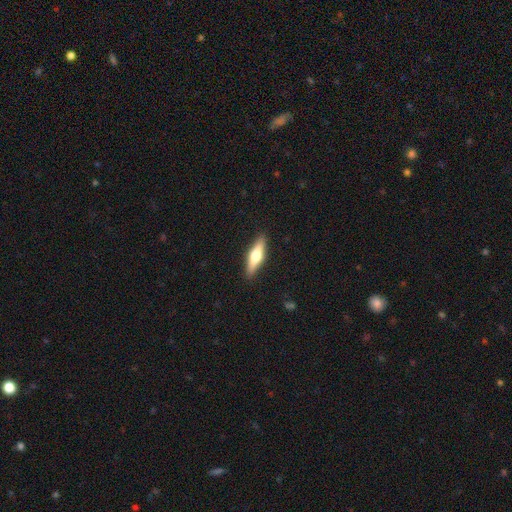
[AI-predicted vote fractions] Morphology: type=featured or disk (48%); merging=none (90%).